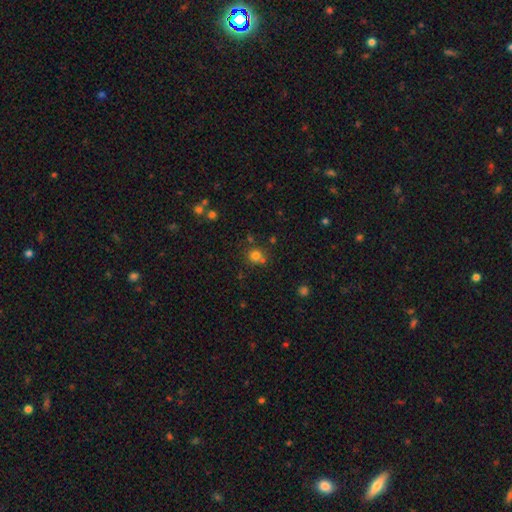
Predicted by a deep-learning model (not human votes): A smooth galaxy with no disk features (75%) that is round (88%). Merging: none (66%).